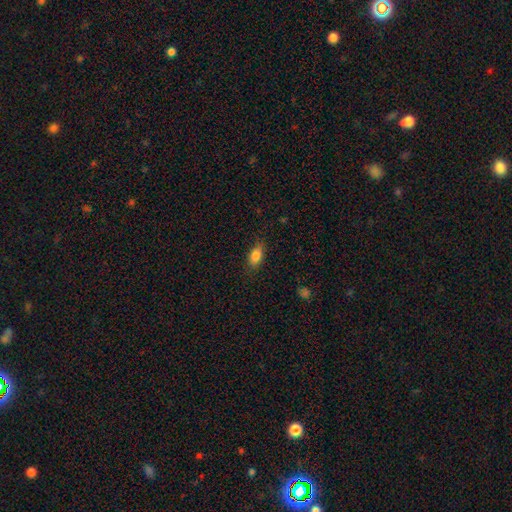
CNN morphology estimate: smooth 84%, featured or disk 8%, star or artifact 8%. Down the decision tree: how rounded — in between (87%); merging — none (82%).